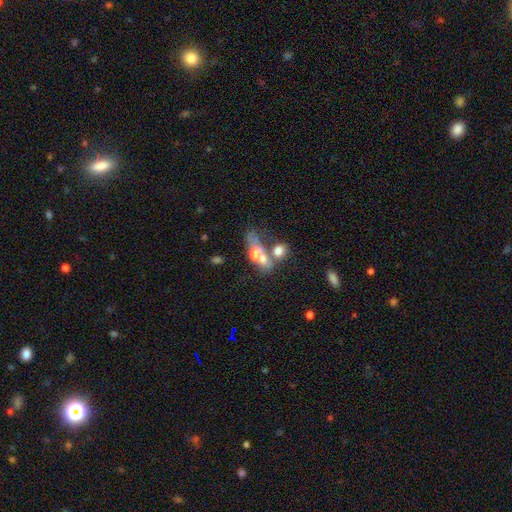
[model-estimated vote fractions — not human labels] smooth_or_featured: smooth (p=0.50) [alt: featured or disk p=0.36]
merging: merger (p=0.61) [alt: none p=0.17]